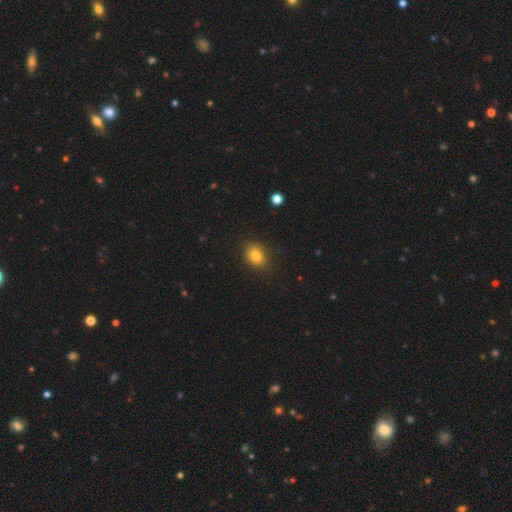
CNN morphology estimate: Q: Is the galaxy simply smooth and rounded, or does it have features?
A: smooth — 82%.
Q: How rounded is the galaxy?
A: round — 57%.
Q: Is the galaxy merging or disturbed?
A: none — 87%.